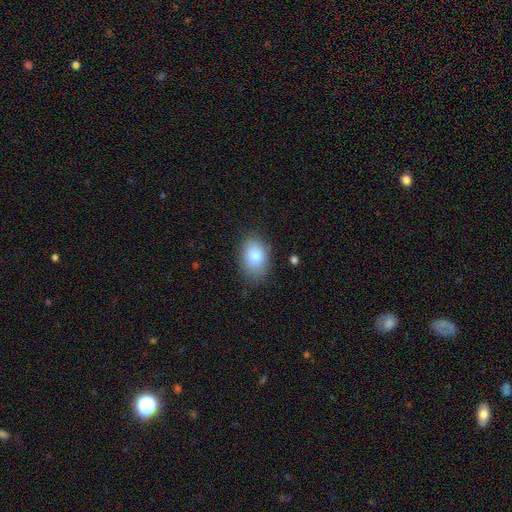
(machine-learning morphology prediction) This is clearly a smooth galaxy (81%). How rounded: clearly in between (81%). Merging: likely none (79%).